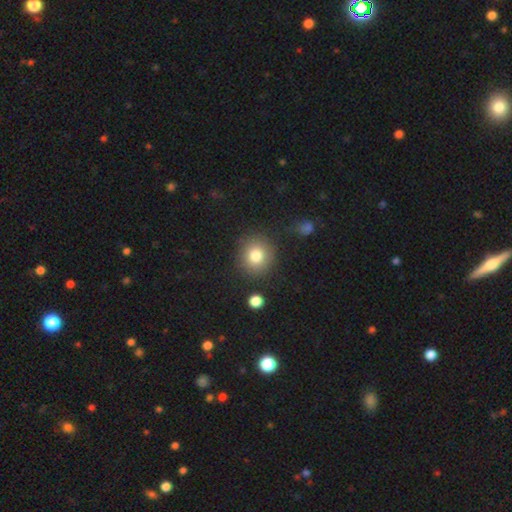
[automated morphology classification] Q: Smooth or featured?
A: smooth (81%); runner-up: star or artifact (11%)
Q: How rounded?
A: round (88%); runner-up: in between (11%)
Q: Merging?
A: none (85%); runner-up: minor disturbance (9%)